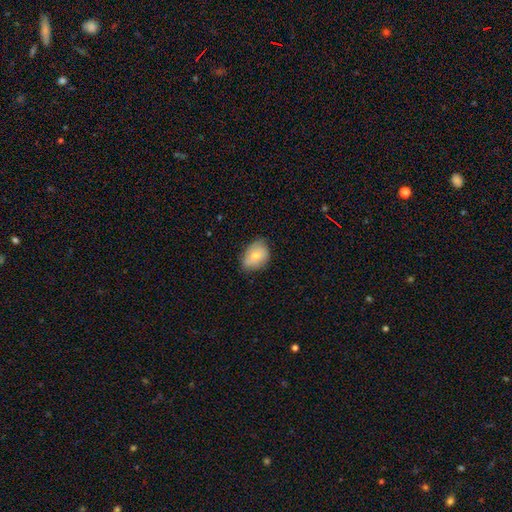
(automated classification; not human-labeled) smooth_or_featured: smooth (p=0.73) [alt: featured or disk p=0.20]
how_rounded: in between (p=0.70) [alt: round p=0.29]
merging: none (p=0.66) [alt: minor disturbance p=0.28]